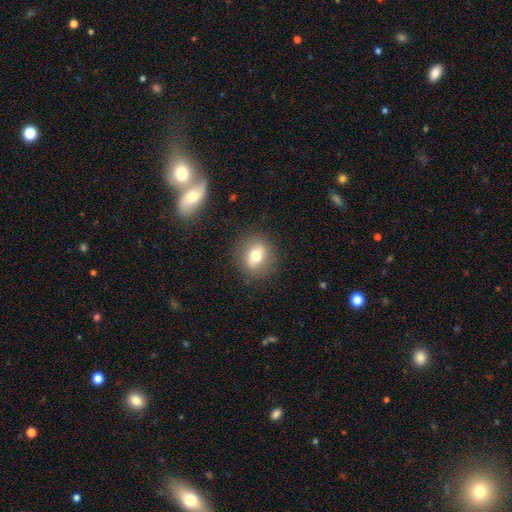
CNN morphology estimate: This is likely a smooth galaxy (67%). How rounded: likely round (65%). Merging: clearly none (85%).